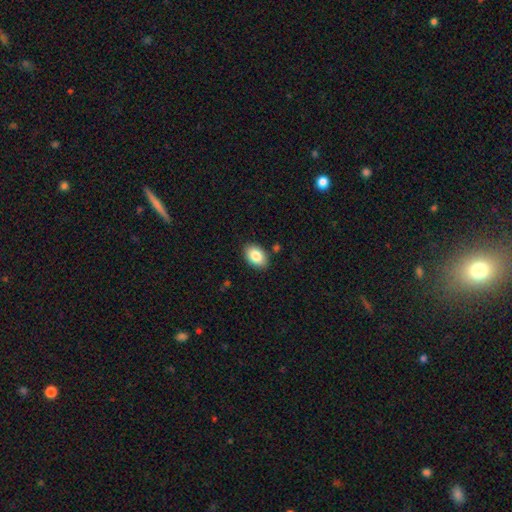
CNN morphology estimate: Smooth or featured? smooth (85%)
How rounded? in between (87%)
Merging? none (86%)